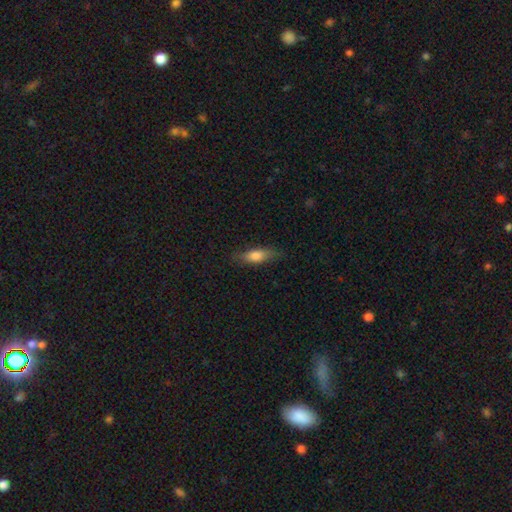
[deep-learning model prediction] A smooth galaxy with no disk features (76%) that is in between round and cigar-shaped (66%). Merging: none (76%).